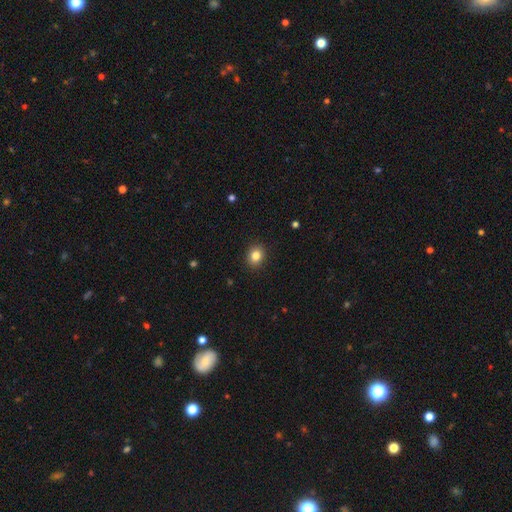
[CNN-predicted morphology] Q: Smooth or featured?
A: smooth (83%); runner-up: star or artifact (11%)
Q: How rounded?
A: round (64%); runner-up: in between (35%)
Q: Merging?
A: none (91%); runner-up: minor disturbance (6%)